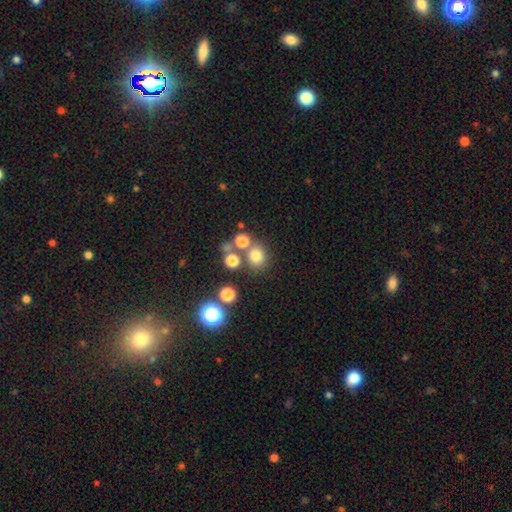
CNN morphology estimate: The model was most divided on "merging": none: 71%, merger: 16%, minor disturbance: 9%, major disturbance: 4%. More confident: how rounded — round (86%); smooth or featured — smooth (74%).